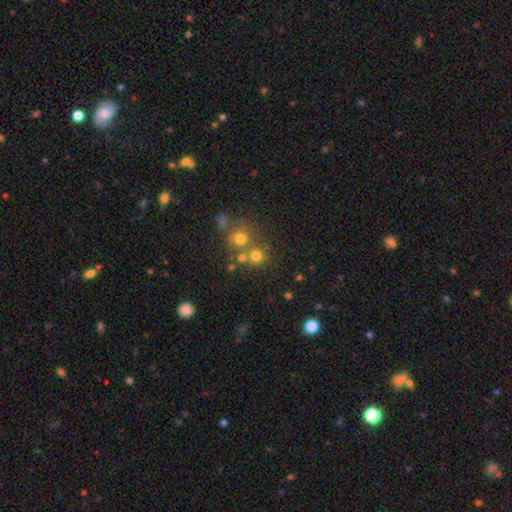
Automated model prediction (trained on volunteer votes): Smooth or featured? Predicted: smooth (p=0.68). How rounded? Predicted: round (p=0.89). Merging? Predicted: none (p=0.57).